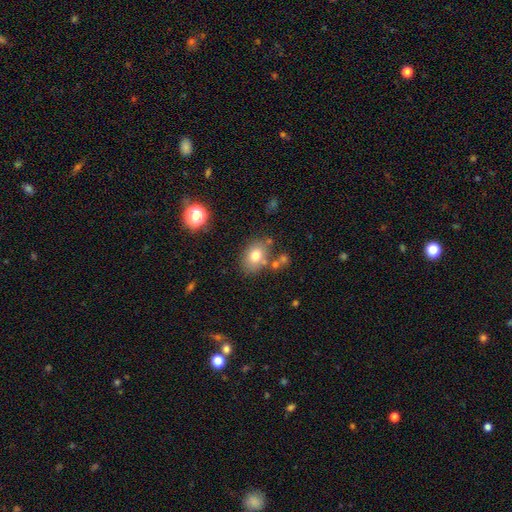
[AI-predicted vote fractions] A smooth galaxy with no disk features (75%) that is in between round and cigar-shaped (67%).

Vote fractions:
- Smooth or featured? smooth: 75% / featured or disk: 14% / star or artifact: 12%
- How rounded? in between: 67% / round: 32% / cigar-shaped: 1%
- Merging? none: 71% / minor disturbance: 15% / merger: 10% / major disturbance: 5%